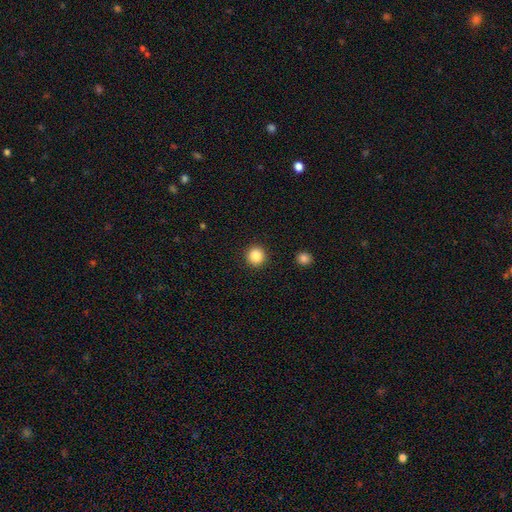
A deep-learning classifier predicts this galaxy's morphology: This is clearly a smooth galaxy (86%). How rounded: clearly round (95%). Merging: clearly none (92%).